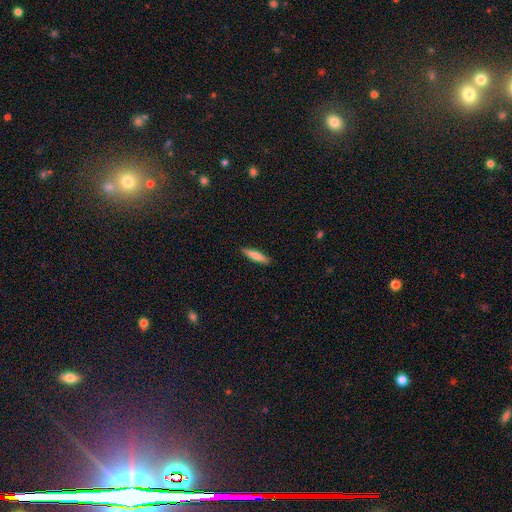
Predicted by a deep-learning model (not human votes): Smooth or featured: smooth — 75% (featured or disk — 19%)
How rounded: cigar-shaped — 85% (in between — 14%)
Merging: none — 89% (minor disturbance — 8%)